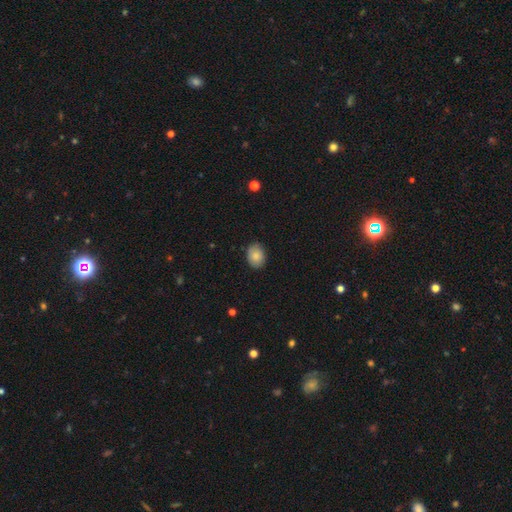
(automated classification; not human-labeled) smooth_or_featured: smooth (p=0.84) [alt: featured or disk p=0.08]
how_rounded: in between (p=0.62) [alt: round p=0.37]
merging: none (p=0.85) [alt: minor disturbance p=0.12]